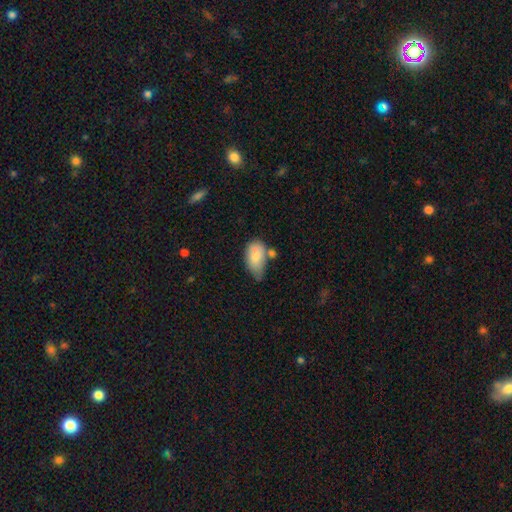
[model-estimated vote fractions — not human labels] Overall: smooth (79%). How rounded: in between (92%). Merging: minor disturbance (37%; none 32%).